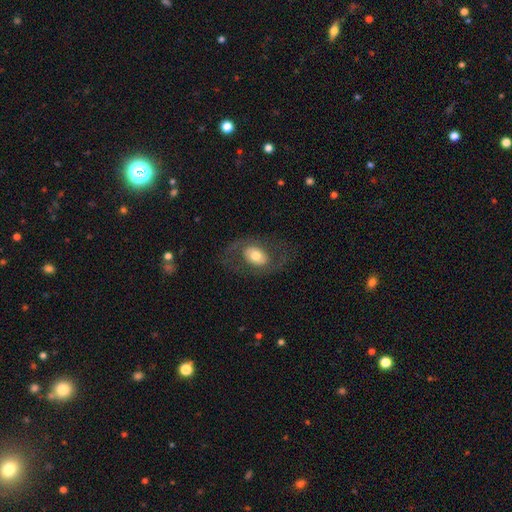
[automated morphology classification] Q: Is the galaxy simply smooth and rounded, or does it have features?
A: featured or disk — 54%.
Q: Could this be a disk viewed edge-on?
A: no — 94%.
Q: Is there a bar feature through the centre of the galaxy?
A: no — 71%.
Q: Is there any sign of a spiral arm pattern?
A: yes — 55%.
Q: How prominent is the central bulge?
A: moderate — 61%.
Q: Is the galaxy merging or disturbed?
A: none — 70%.